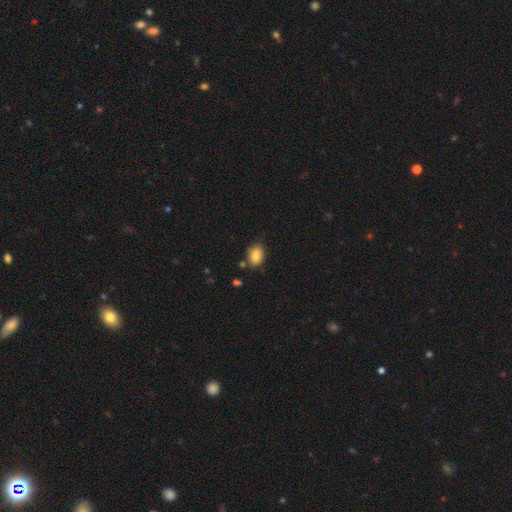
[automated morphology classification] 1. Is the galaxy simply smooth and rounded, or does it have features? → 84% smooth, 9% star or artifact, 7% featured or disk.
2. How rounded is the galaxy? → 77% in between, 22% round, 1% cigar-shaped.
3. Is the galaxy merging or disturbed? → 72% none, 20% minor disturbance, 5% merger, 4% major disturbance.